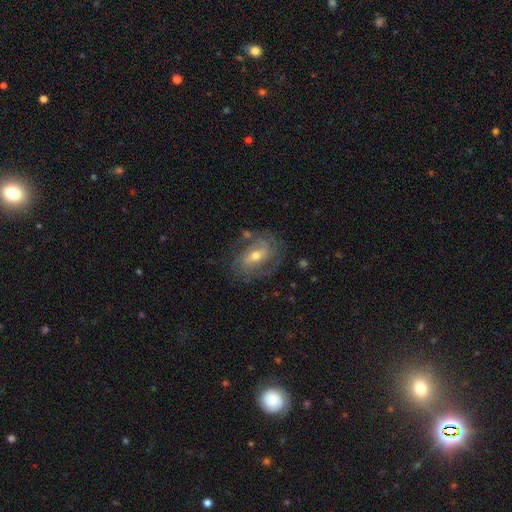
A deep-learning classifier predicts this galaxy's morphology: type=featured or disk (78%); edge-on=no (95%); bar=weak (45%); spiral arms=yes (87%); winding=tight (46%); arm count=2 (43%); bulge=moderate (63%); merging=none (66%).